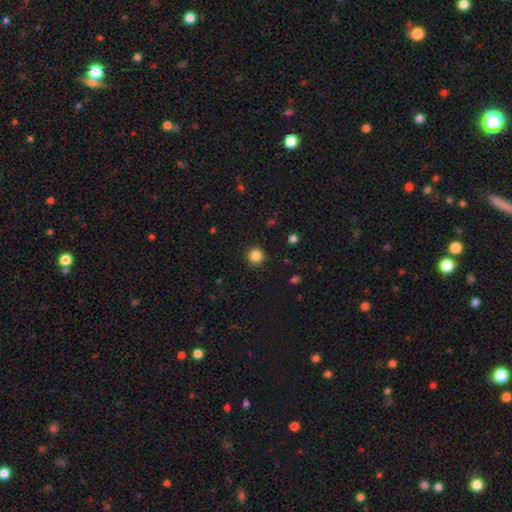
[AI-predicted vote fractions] Smooth or featured? Predicted: smooth (p=0.85). How rounded? Predicted: round (p=0.94). Merging? Predicted: none (p=0.91).